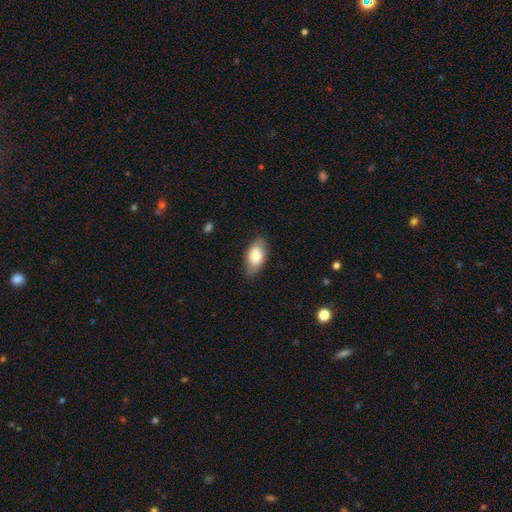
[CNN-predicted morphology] Smooth or featured?
  - smooth: 83% *
  - featured or disk: 11%
  - star or artifact: 6%
How rounded?
  - in between: 92% *
  - cigar-shaped: 4%
  - round: 3%
Merging?
  - none: 83% *
  - minor disturbance: 13%
  - major disturbance: 3%
  - merger: 1%